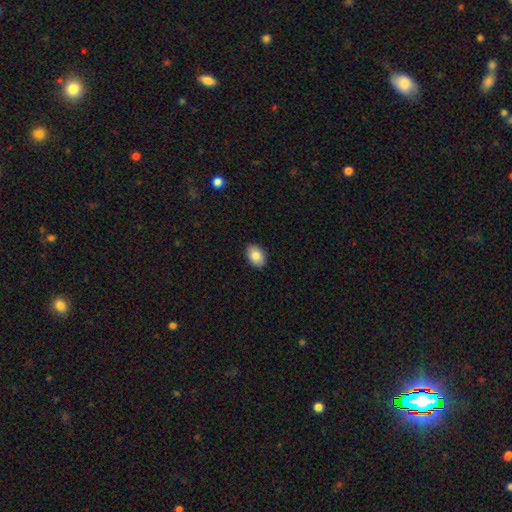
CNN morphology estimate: This appears to be a smooth galaxy with no disk features (86%) that is in between round and cigar-shaped (80%). Merging: none (88%).